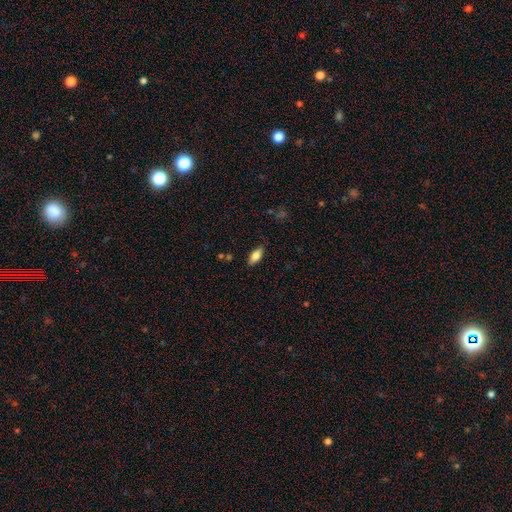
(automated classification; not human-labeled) This appears to be a smooth galaxy with no disk features (77%) that is in between round and cigar-shaped (85%). Merging: none (83%).